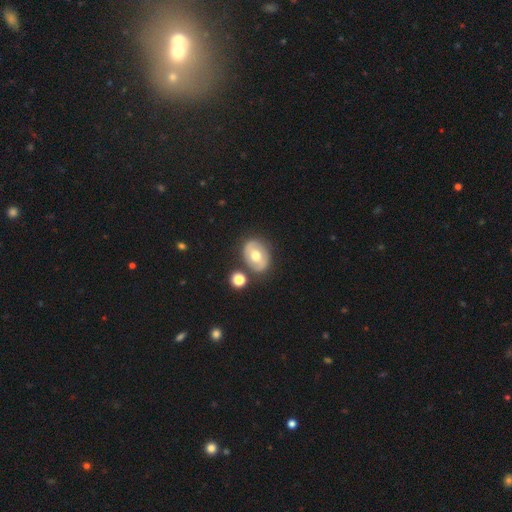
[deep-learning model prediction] Smooth or featured: featured or disk — 52% (smooth — 41%)
Edge-on disk: no — 95% (yes — 5%)
Merging: none — 73% (minor disturbance — 14%)